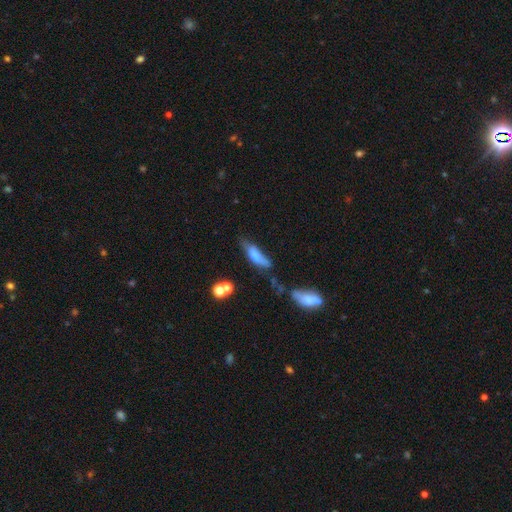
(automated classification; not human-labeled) This appears to be a smooth galaxy with no disk features (59%) that is cigar-shaped (52%). Merging: none (35%).